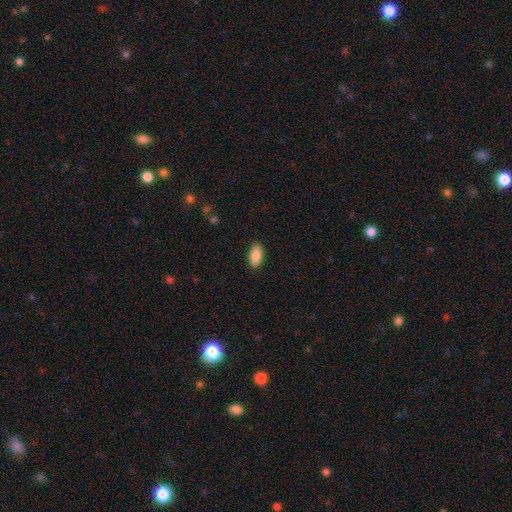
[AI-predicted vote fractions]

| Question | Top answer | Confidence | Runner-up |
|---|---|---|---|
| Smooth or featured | smooth | 89% | star or artifact (6%) |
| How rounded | in between | 92% | cigar-shaped (5%) |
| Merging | none | 89% | minor disturbance (8%) |